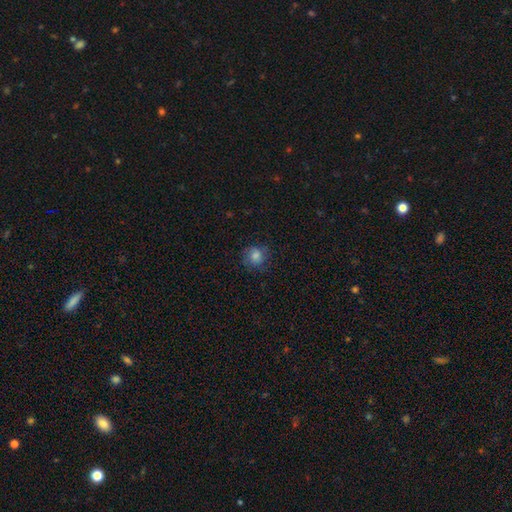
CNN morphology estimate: smooth 76%, featured or disk 14%, star or artifact 10%. Down the decision tree: how rounded — round (84%); merging — none (72%).